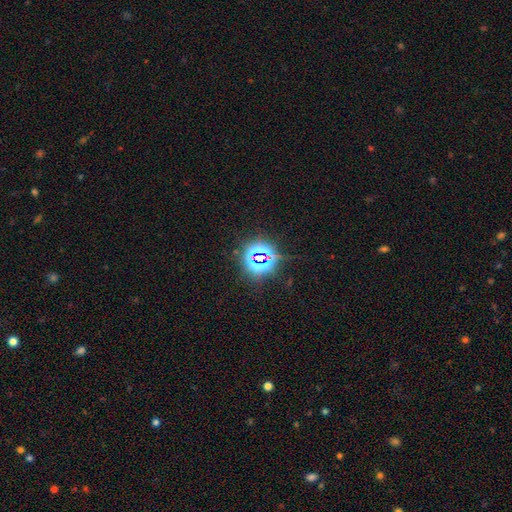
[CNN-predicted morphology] Q: Smooth or featured?
A: star or artifact (81%); runner-up: smooth (13%)